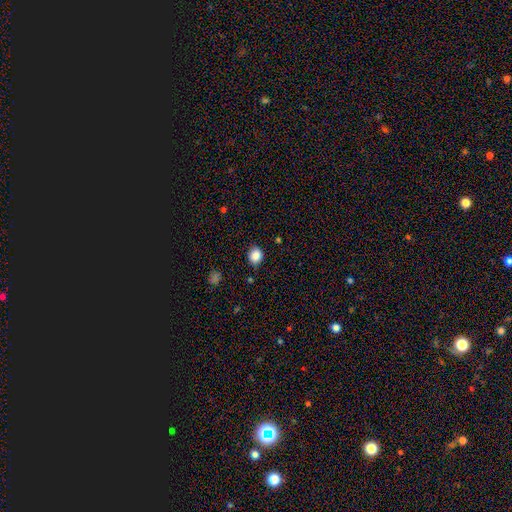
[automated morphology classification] Smooth or featured? smooth (86%)
How rounded? round (64%)
Merging? none (84%)